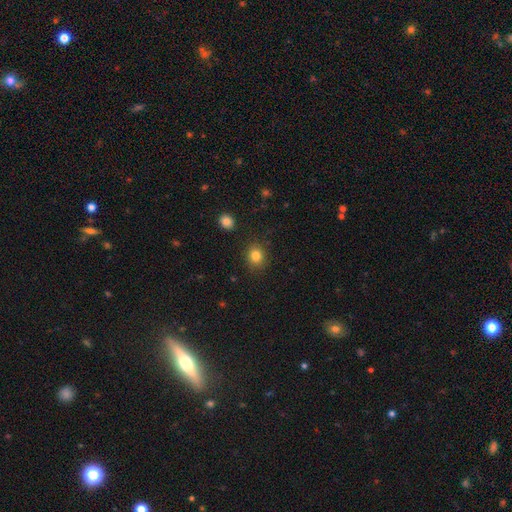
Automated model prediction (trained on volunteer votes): Q: Smooth or featured?
A: smooth (82%); runner-up: star or artifact (12%)
Q: How rounded?
A: round (68%); runner-up: in between (31%)
Q: Merging?
A: none (86%); runner-up: minor disturbance (9%)